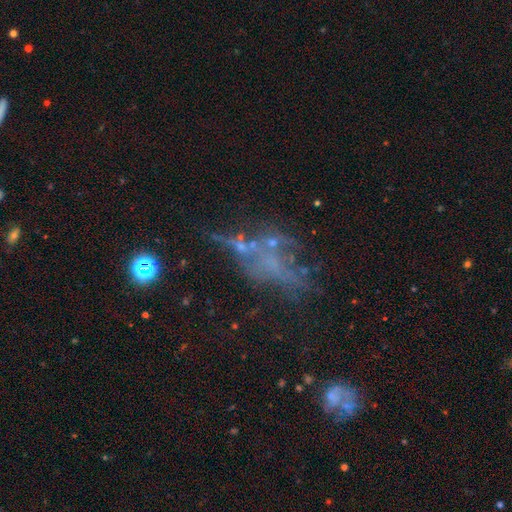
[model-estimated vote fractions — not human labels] Morphology: type=featured or disk (48%); merging=none (39%).